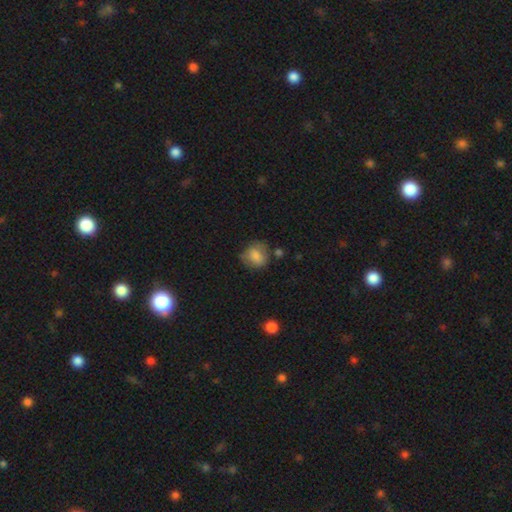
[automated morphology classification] Overall: smooth (78%). How rounded: round (65%; in between 34%). Merging: none (61%; minor disturbance 26%).